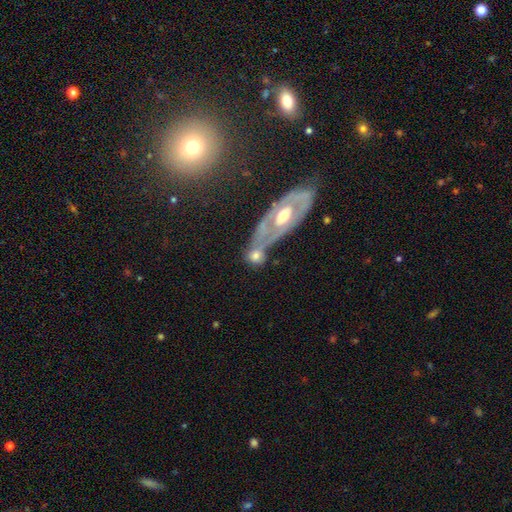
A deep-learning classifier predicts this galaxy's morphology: A smooth galaxy with no disk features (57%) that is round (65%). Merging: none (45%).